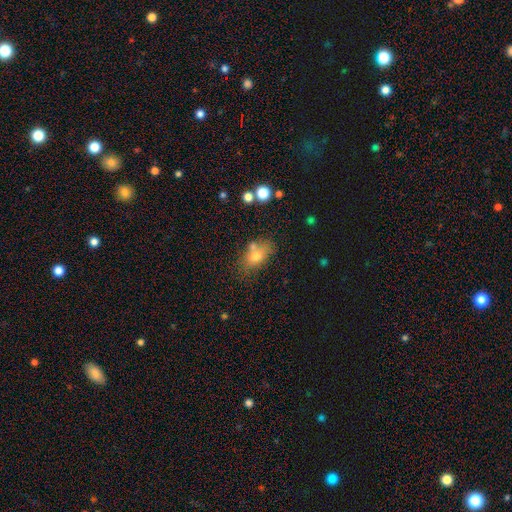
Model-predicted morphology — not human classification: smooth 70%, featured or disk 19%, star or artifact 11%. Down the decision tree: how rounded — in between (79%); merging — none (56%).